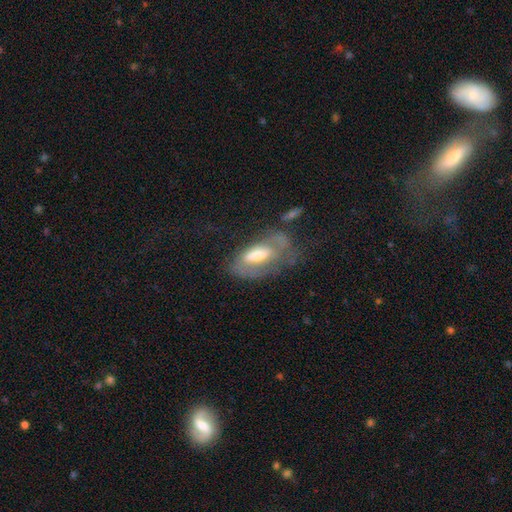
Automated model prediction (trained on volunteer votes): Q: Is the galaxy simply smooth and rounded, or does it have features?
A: featured or disk — 60%.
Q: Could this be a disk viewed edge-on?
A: no — 87%.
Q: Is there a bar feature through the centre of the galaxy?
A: no — 45%.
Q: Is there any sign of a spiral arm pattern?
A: yes — 57%.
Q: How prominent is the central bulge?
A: moderate — 56%.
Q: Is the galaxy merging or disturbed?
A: none — 35%.